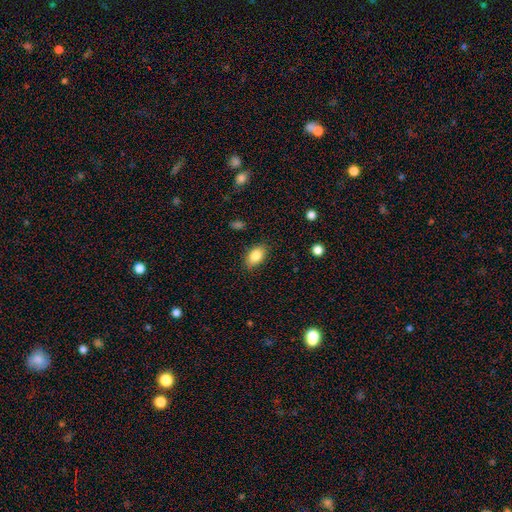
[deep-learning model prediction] Overall: smooth (84%). How rounded: in between (89%). Merging: none (85%).